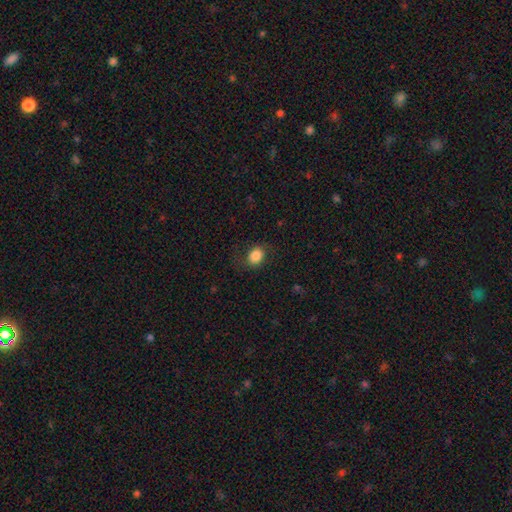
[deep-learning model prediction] Smooth or featured? Predicted: smooth (p=0.83). How rounded? Predicted: in between (p=0.51). Merging? Predicted: none (p=0.75).